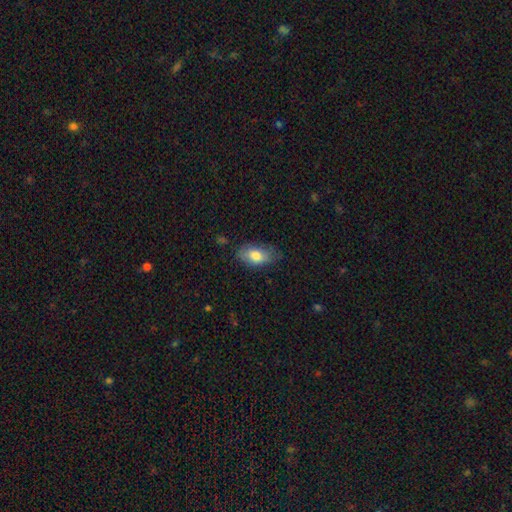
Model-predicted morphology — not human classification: Q: Smooth or featured?
A: smooth (79%); runner-up: featured or disk (15%)
Q: How rounded?
A: in between (91%); runner-up: round (5%)
Q: Merging?
A: none (70%); runner-up: minor disturbance (23%)